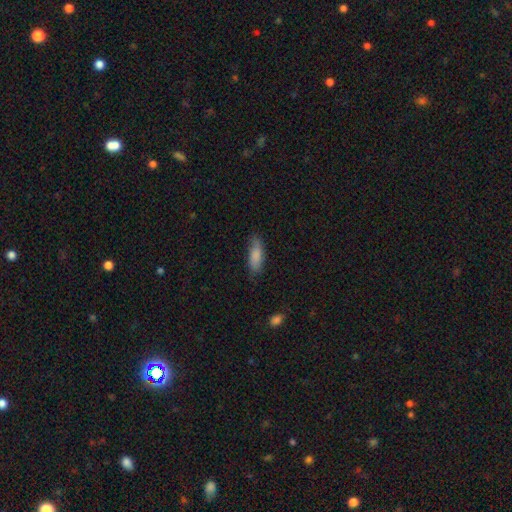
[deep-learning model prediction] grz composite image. It shows a smooth galaxy with no disk features (83%) that is in between round and cigar-shaped (62%). Merging: none (73%).